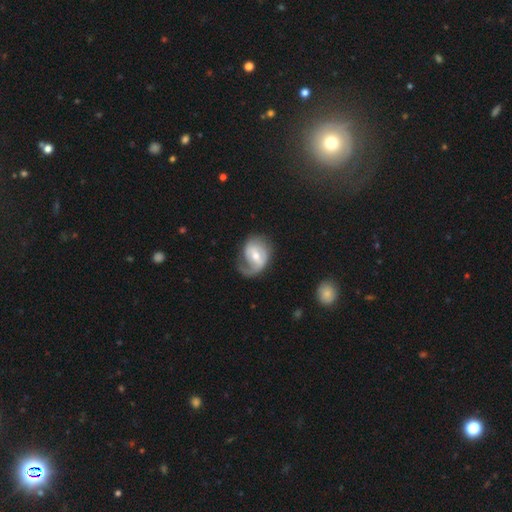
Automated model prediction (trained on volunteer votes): A featured or disk galaxy (70%) with a weak bar (50%), 1 (45%) medium (38%) spiral arms (81%) and a moderate central bulge (60%). Merging: none (44%).